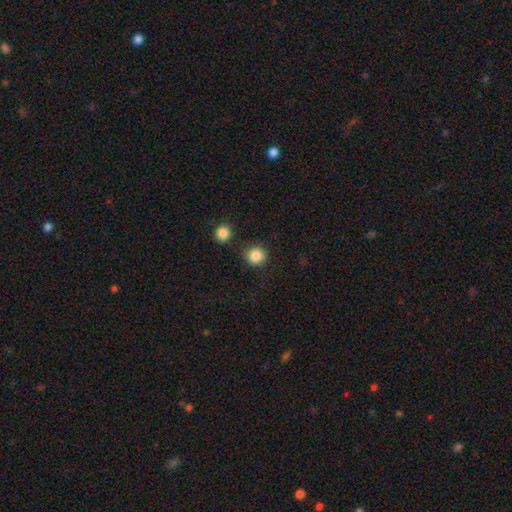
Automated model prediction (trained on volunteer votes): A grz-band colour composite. It shows a smooth galaxy with no disk features (86%) that is round (91%). Merging: none (83%).